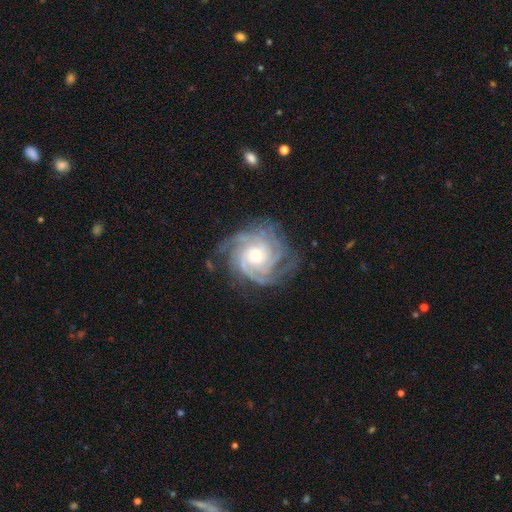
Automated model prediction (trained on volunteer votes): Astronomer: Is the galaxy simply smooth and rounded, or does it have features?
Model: featured or disk — 91%.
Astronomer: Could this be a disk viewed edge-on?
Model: no — 98%.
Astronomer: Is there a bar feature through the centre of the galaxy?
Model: no — 74%.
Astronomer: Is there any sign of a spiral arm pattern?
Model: yes — 98%.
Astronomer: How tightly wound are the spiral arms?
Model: tight — 73%.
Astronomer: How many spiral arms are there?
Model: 4 — 32% (runner-up: 3, 23%).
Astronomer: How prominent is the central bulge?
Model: moderate — 55% (runner-up: small, 39%).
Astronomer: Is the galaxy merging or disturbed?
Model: none — 78%.